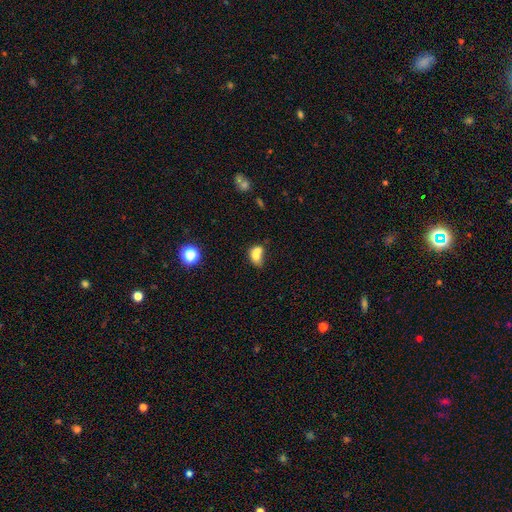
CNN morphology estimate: A smooth galaxy with no disk features (69%) that is in between round and cigar-shaped (58%). Merging: merger (64%).